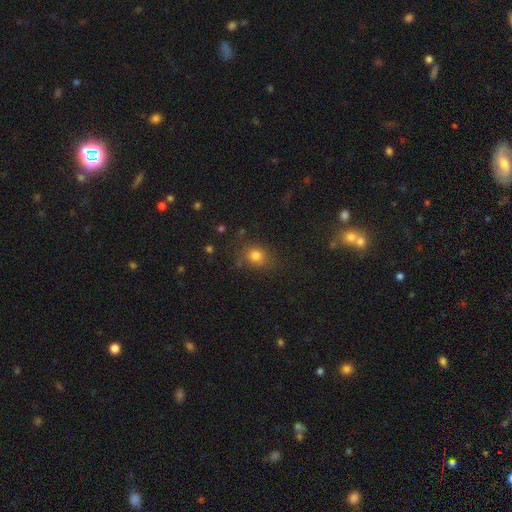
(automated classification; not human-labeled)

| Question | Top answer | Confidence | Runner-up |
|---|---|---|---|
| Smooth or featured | smooth | 78% | star or artifact (14%) |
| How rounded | round | 71% | in between (28%) |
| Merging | none | 74% | minor disturbance (17%) |